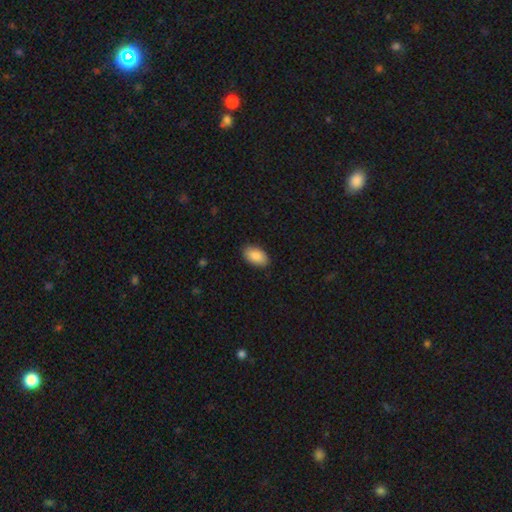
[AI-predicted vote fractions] Smooth or featured? Predicted: smooth (p=0.88). How rounded? Predicted: in between (p=0.94). Merging? Predicted: none (p=0.87).